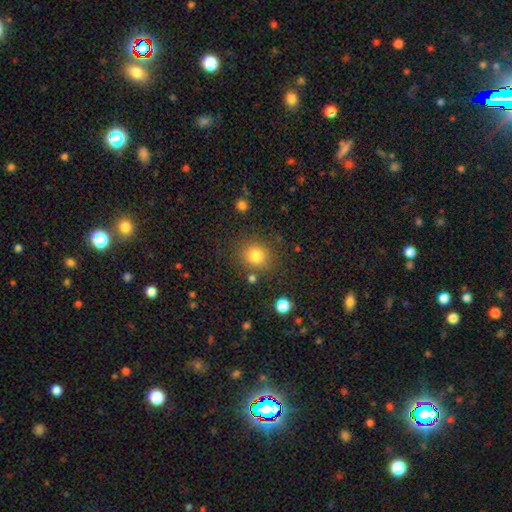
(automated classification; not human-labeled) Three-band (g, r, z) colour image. It shows a smooth galaxy with no disk features (81%) that is round (82%). Merging: none (81%).